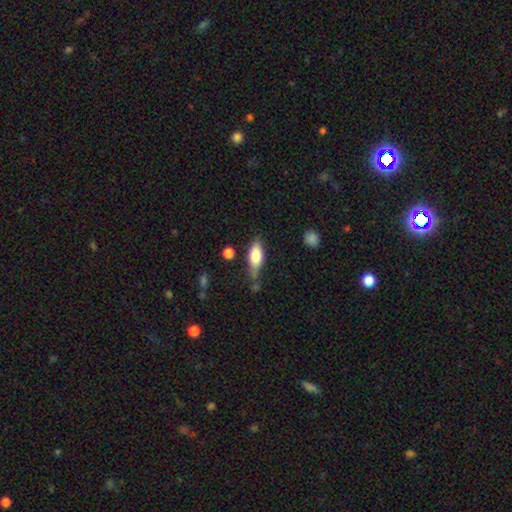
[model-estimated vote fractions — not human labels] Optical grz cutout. It shows a smooth galaxy with no disk features (72%) that is in between round and cigar-shaped (71%). Merging: none (59%).